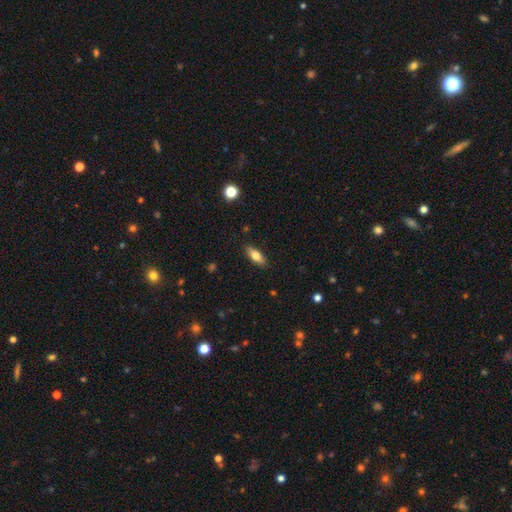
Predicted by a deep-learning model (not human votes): Smooth or featured? smooth (73%)
How rounded? in between (68%)
Merging? none (88%)